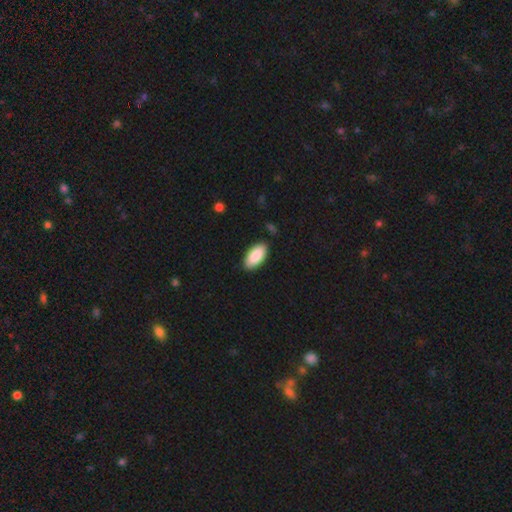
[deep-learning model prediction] This is clearly a smooth galaxy (89%). How rounded: clearly in between (93%). Merging: clearly none (88%).